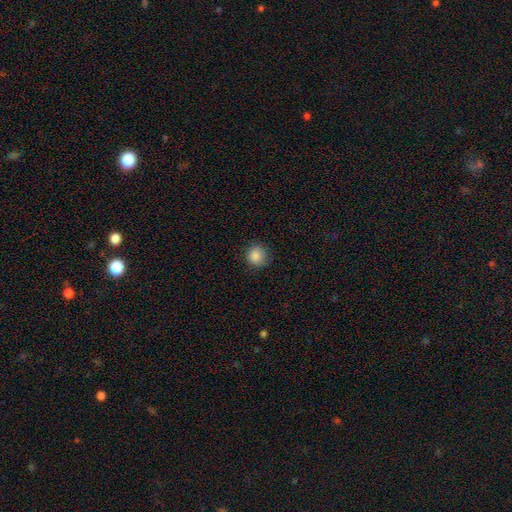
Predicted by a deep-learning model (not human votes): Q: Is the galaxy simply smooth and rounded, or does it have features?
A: smooth — 86%.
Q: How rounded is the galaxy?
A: round — 90%.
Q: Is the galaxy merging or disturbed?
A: none — 85%.